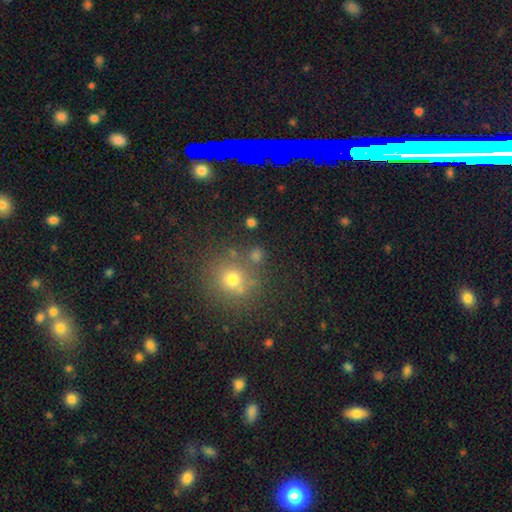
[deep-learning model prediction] A smooth galaxy with no disk features (63%) that is round (88%).

Vote fractions:
- Smooth or featured? smooth: 63% / star or artifact: 28% / featured or disk: 9%
- How rounded? round: 88% / in between: 11% / cigar-shaped: 1%
- Merging? none: 77% / minor disturbance: 10% / merger: 9% / major disturbance: 4%